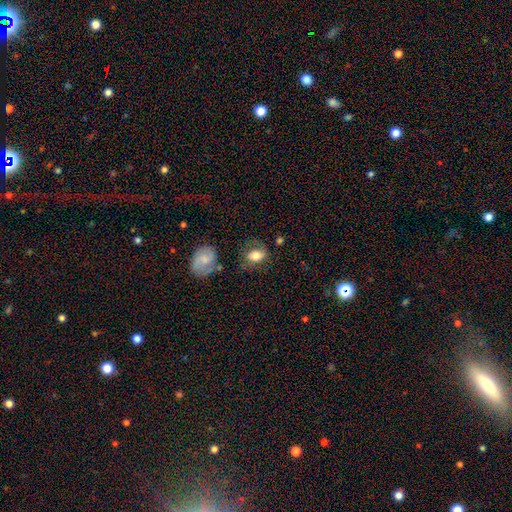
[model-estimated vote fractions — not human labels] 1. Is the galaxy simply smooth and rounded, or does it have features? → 67% smooth, 25% featured or disk, 8% star or artifact.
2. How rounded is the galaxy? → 69% in between, 29% round, 2% cigar-shaped.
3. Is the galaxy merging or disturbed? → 55% none, 26% minor disturbance, 14% major disturbance, 6% merger.